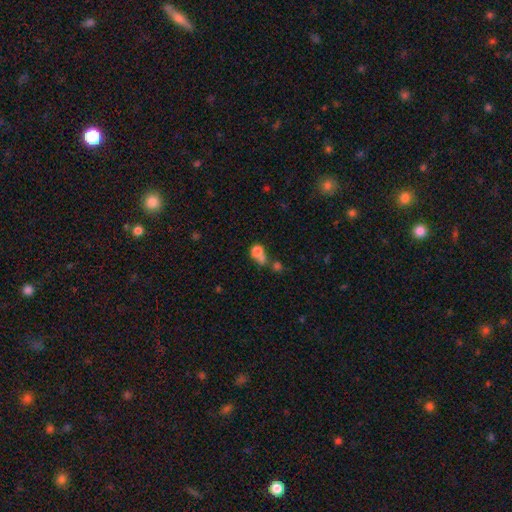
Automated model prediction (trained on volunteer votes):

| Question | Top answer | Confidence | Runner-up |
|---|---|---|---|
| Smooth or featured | smooth | 53% | star or artifact (34%) |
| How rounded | round | 61% | in between (35%) |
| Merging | none | 47% | merger (37%) |